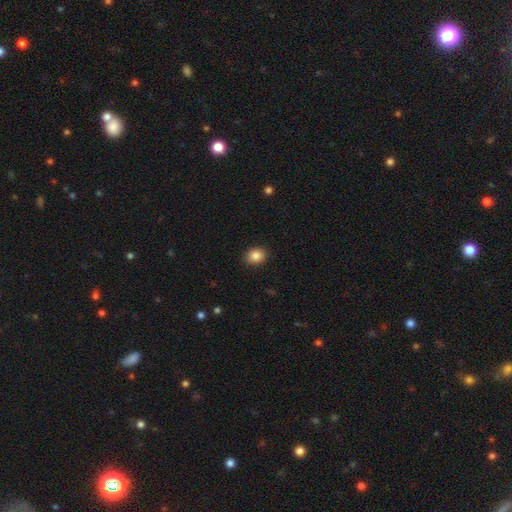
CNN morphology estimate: type=smooth (87%); roundness=round (53%); merging=none (89%).